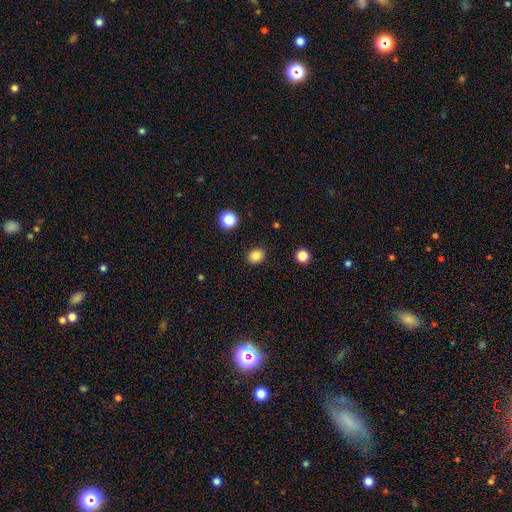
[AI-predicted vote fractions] Morphology: type=smooth (85%); roundness=round (63%); merging=none (89%).